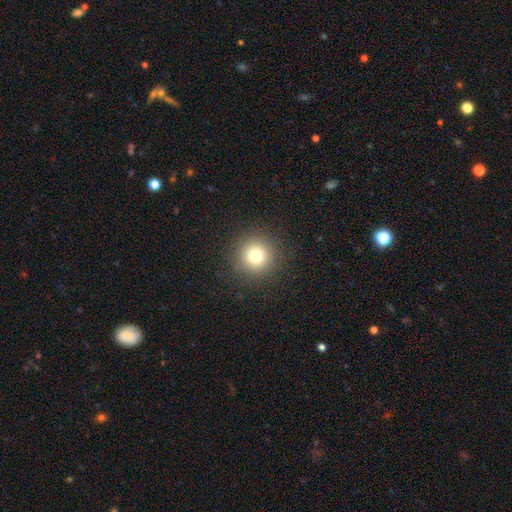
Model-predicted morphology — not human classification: Smooth or featured?
  - smooth: 78% *
  - star or artifact: 14%
  - featured or disk: 8%
How rounded?
  - round: 95% *
  - in between: 4%
  - cigar-shaped: 1%
Merging?
  - none: 90% *
  - minor disturbance: 6%
  - major disturbance: 3%
  - merger: 1%